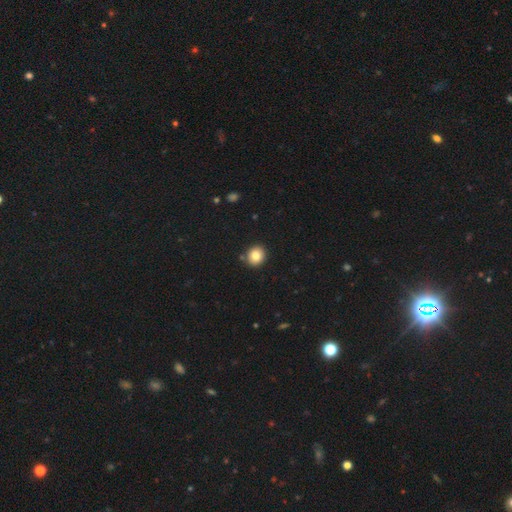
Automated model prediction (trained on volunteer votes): This is clearly a smooth galaxy (82%). How rounded: clearly round (83%). Merging: clearly none (86%).